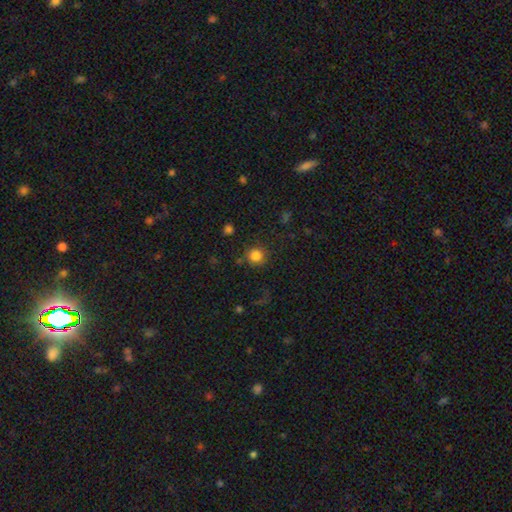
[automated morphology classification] type=smooth (83%); roundness=round (92%); merging=none (84%).